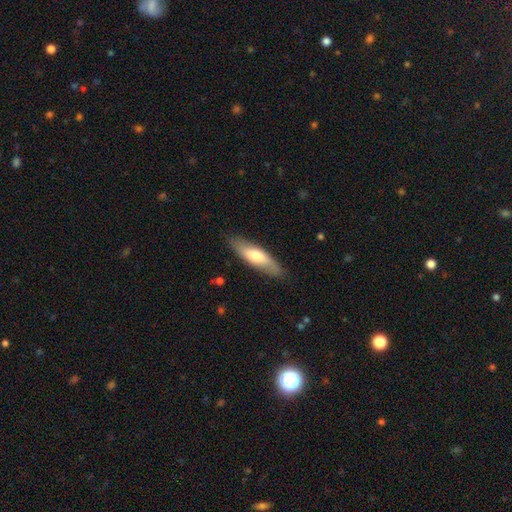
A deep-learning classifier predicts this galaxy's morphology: Smooth or featured: smooth — 62% (featured or disk — 33%)
How rounded: cigar-shaped — 56% (in between — 42%)
Merging: none — 85% (minor disturbance — 12%)